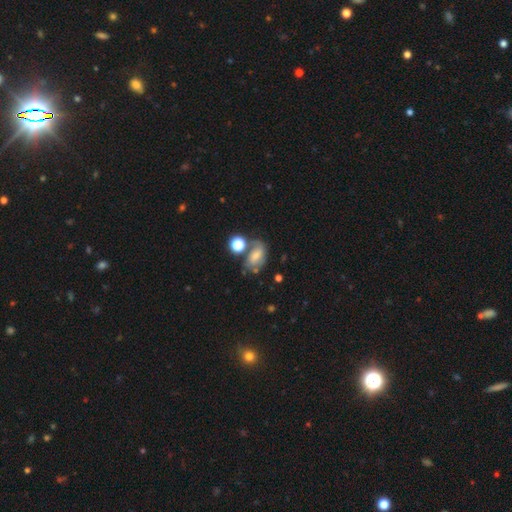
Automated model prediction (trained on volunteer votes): A smooth galaxy with no disk features (47%). Merging: none (44%).